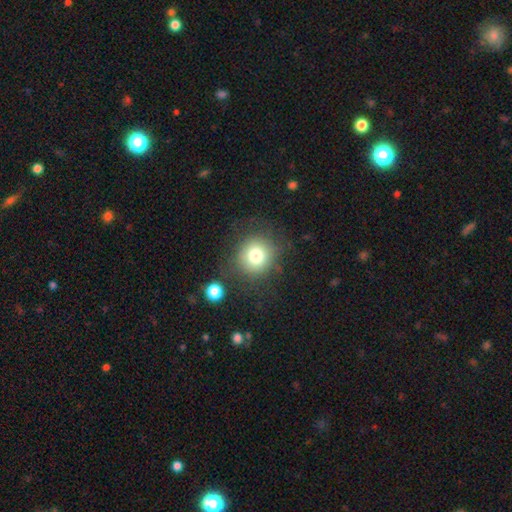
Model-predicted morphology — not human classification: Smooth or featured?
  - smooth: 76% *
  - star or artifact: 13%
  - featured or disk: 11%
How rounded?
  - round: 89% *
  - in between: 10%
  - cigar-shaped: 1%
Merging?
  - none: 78% *
  - minor disturbance: 12%
  - major disturbance: 6%
  - merger: 4%